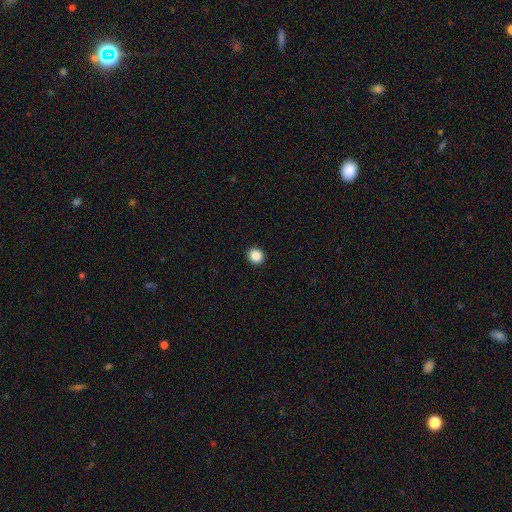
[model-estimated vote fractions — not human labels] A smooth galaxy with no disk features (87%) that is round (92%). Merging: none (93%).